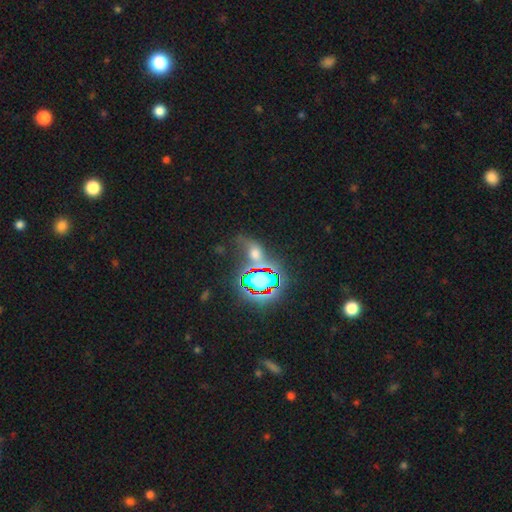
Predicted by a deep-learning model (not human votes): Smooth or featured? Predicted: star or artifact (p=0.61).